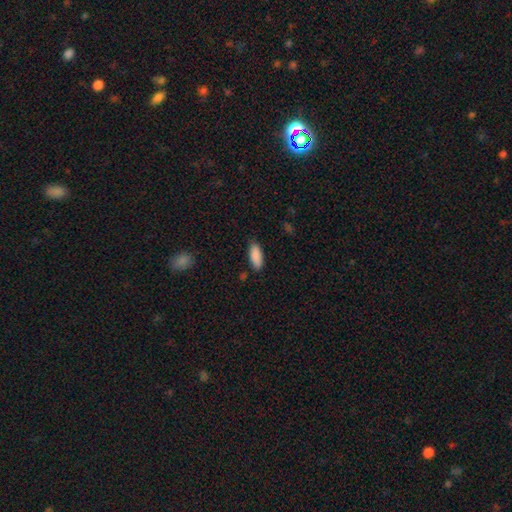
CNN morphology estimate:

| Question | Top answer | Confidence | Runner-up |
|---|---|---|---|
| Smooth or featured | smooth | 90% | star or artifact (6%) |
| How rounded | in between | 80% | cigar-shaped (19%) |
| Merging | none | 84% | minor disturbance (12%) |